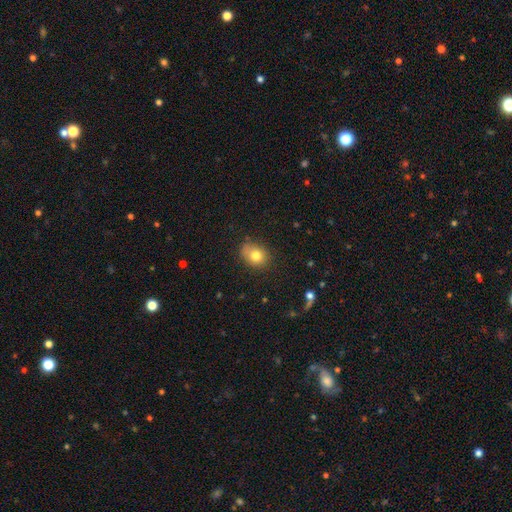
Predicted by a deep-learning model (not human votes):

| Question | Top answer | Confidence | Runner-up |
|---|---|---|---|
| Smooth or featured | smooth | 79% | featured or disk (11%) |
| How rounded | in between | 53% | round (46%) |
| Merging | none | 71% | minor disturbance (21%) |